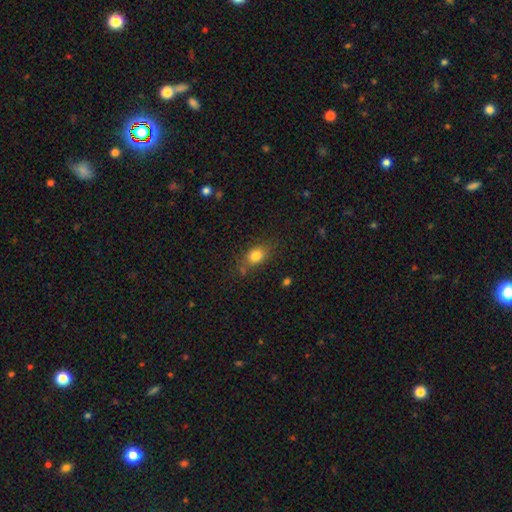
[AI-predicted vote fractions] This is clearly a smooth galaxy (81%). How rounded: likely in between (66%). Merging: likely none (71%).